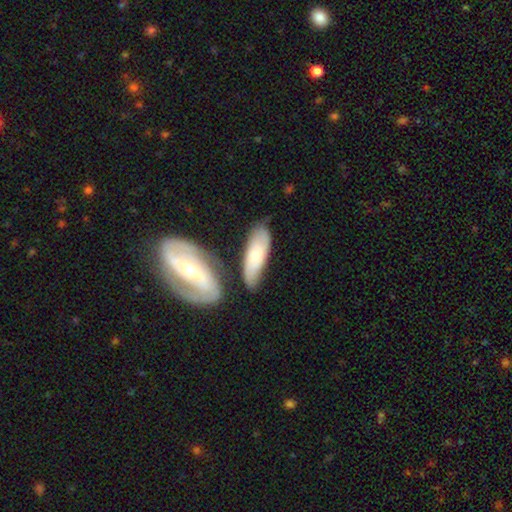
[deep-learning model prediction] Smooth or featured: smooth — 54% (featured or disk — 40%)
How rounded: in between — 64% (cigar-shaped — 34%)
Merging: none — 58% (minor disturbance — 19%)